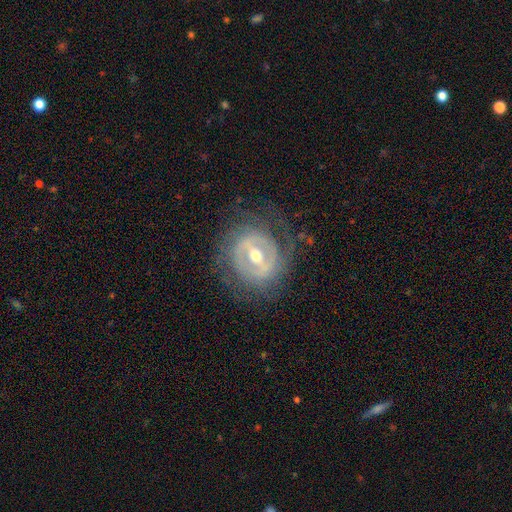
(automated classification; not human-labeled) A featured or disk galaxy (79%) with a strong bar (49%), spiral arms (54%) and a moderate central bulge (72%).

Vote fractions:
- Smooth or featured? featured or disk: 79% / smooth: 14% / star or artifact: 6%
- Edge-on disk? no: 94% / yes: 6%
- Bar? strong: 49% / weak: 37% / no: 14%
- Spiral arms? yes: 54% / no: 46%
- Bulge size? moderate: 72% / small: 21% / large: 5% / dominant: 1% / none: 1%
- Merging? none: 73% / minor disturbance: 15% / major disturbance: 11% / merger: 1%